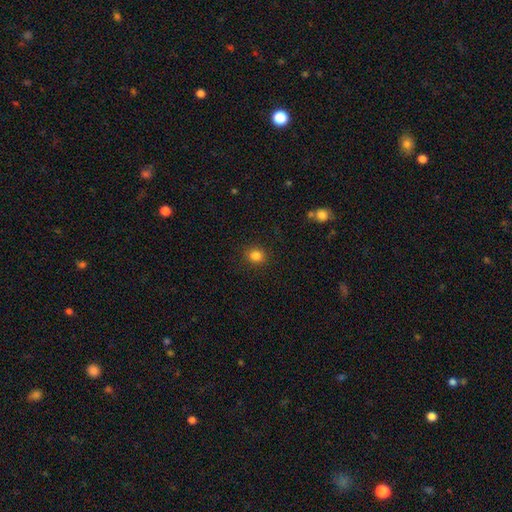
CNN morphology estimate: A smooth galaxy with no disk features (84%) that is round (73%). Merging: none (89%).